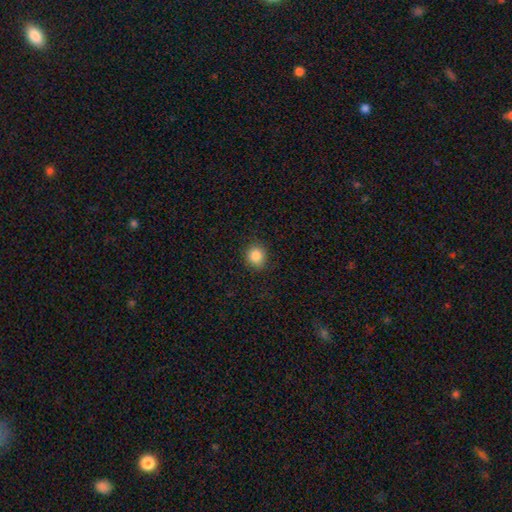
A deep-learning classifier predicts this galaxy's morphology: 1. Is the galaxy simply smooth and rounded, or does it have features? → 86% smooth, 10% star or artifact, 4% featured or disk.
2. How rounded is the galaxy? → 80% round, 19% in between, 1% cigar-shaped.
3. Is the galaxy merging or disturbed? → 86% none, 10% minor disturbance, 3% major disturbance, 1% merger.